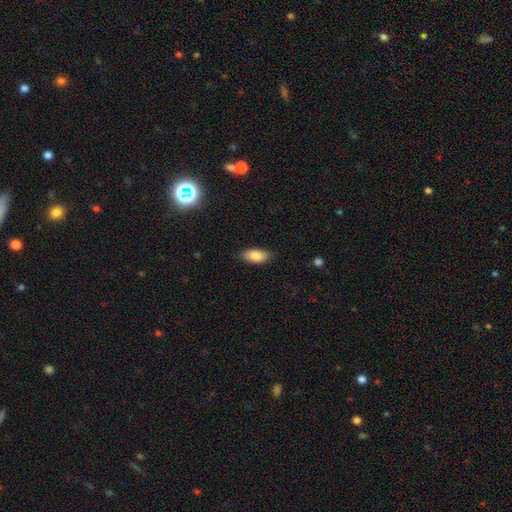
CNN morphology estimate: smooth 85%, featured or disk 8%, star or artifact 7%. Down the decision tree: how rounded — in between (90%); merging — none (85%).